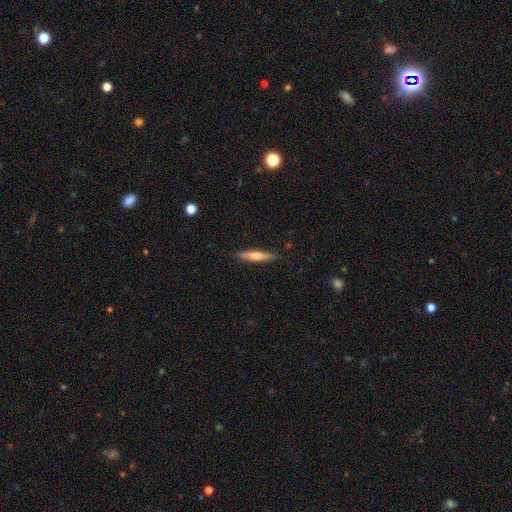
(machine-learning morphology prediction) smooth_or_featured: smooth (p=0.56) [alt: featured or disk p=0.38]
how_rounded: cigar-shaped (p=0.89) [alt: in between p=0.09]
merging: none (p=0.86) [alt: minor disturbance p=0.10]